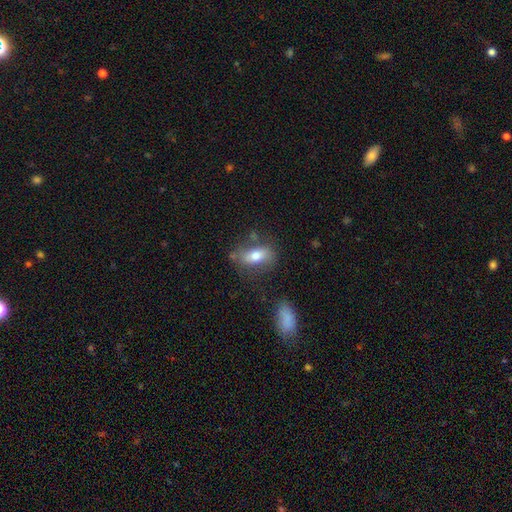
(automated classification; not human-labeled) Smooth or featured? smooth (70%)
How rounded? in between (83%)
Merging? none (66%)